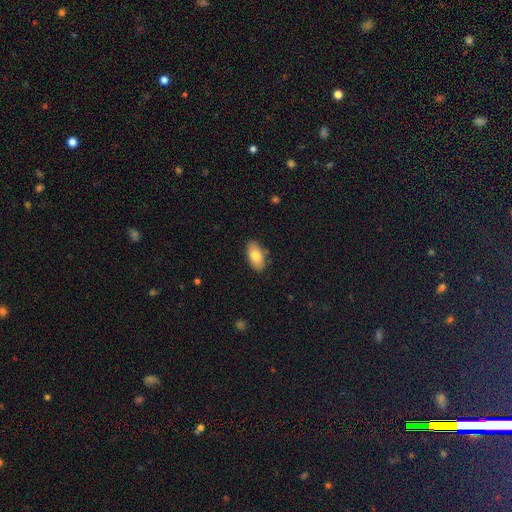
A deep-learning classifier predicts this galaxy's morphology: Overall: smooth (77%). How rounded: in between (92%). Merging: none (85%).